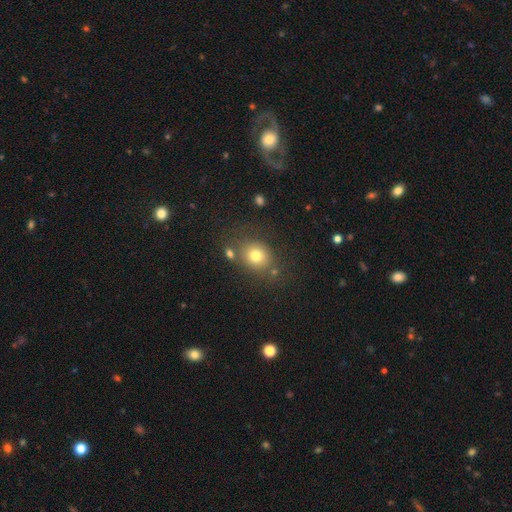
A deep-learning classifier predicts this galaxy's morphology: smooth_or_featured: smooth (p=0.77) [alt: star or artifact p=0.13]
how_rounded: round (p=0.66) [alt: in between p=0.33]
merging: none (p=0.71) [alt: minor disturbance p=0.14]